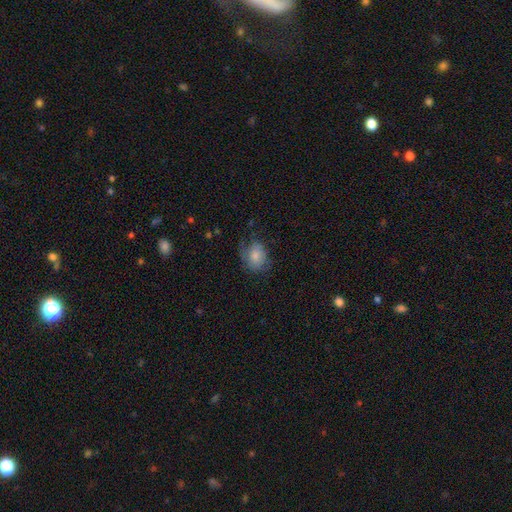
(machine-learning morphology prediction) A smooth galaxy with no disk features (75%) that is in between round and cigar-shaped (51%).

Vote fractions:
- Smooth or featured? smooth: 75% / featured or disk: 17% / star or artifact: 8%
- How rounded? in between: 51% / round: 49% / cigar-shaped: 1%
- Merging? none: 55% / minor disturbance: 29% / major disturbance: 15% / merger: 1%